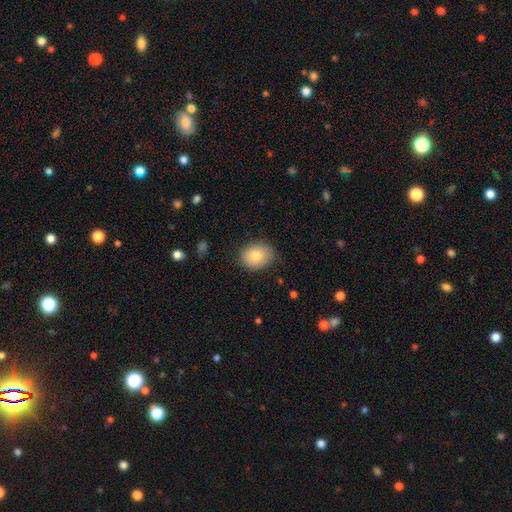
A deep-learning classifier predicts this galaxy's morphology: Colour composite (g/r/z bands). It shows a smooth galaxy with no disk features (80%) that is in between round and cigar-shaped (55%). Merging: none (82%).